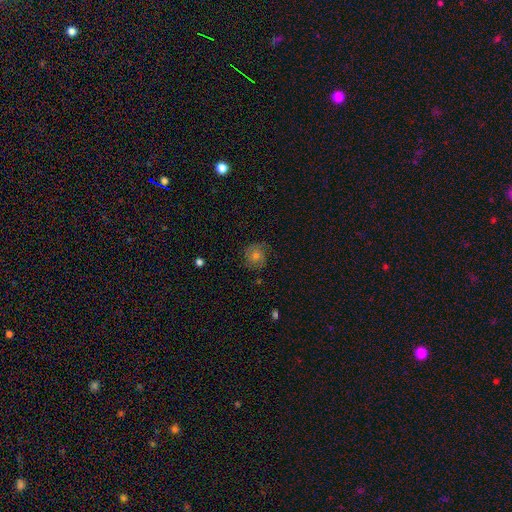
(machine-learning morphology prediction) A featured or disk galaxy (61%) with no bar (78%), 2 (49%) tight (56%) spiral arms (90%) and a moderate central bulge (55%). Merging: none (77%).